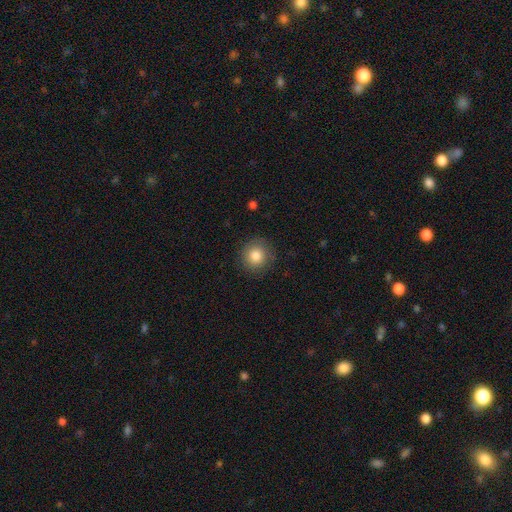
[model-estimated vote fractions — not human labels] Smooth or featured: smooth — 82% (star or artifact — 10%)
How rounded: round — 93% (in between — 6%)
Merging: none — 88% (minor disturbance — 9%)